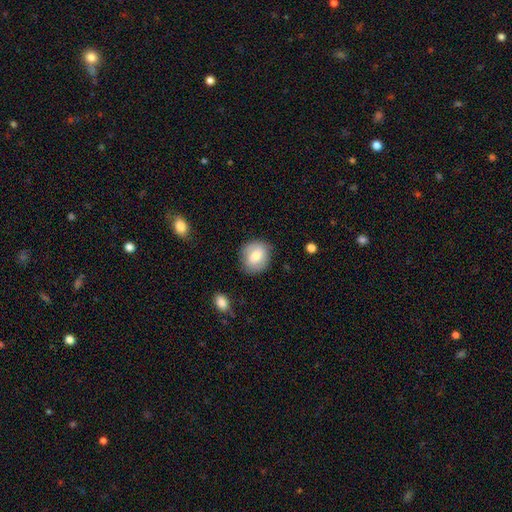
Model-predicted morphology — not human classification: Smooth or featured? Predicted: smooth (p=0.73). How rounded? Predicted: round (p=0.74). Merging? Predicted: none (p=0.81).